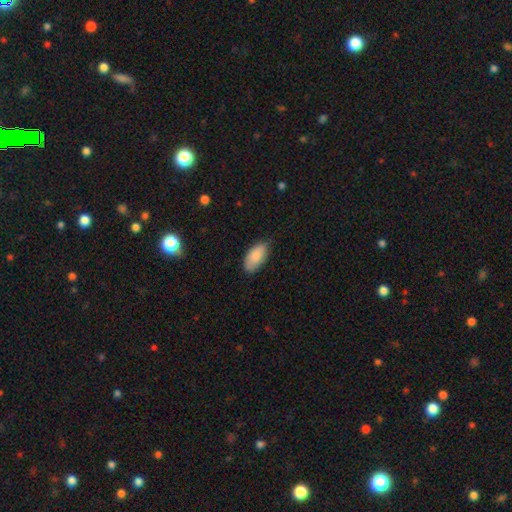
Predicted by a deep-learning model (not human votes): Smooth or featured?
  - smooth: 86% *
  - featured or disk: 8%
  - star or artifact: 7%
How rounded?
  - in between: 94% *
  - cigar-shaped: 3%
  - round: 3%
Merging?
  - none: 70% *
  - minor disturbance: 25%
  - major disturbance: 4%
  - merger: 1%